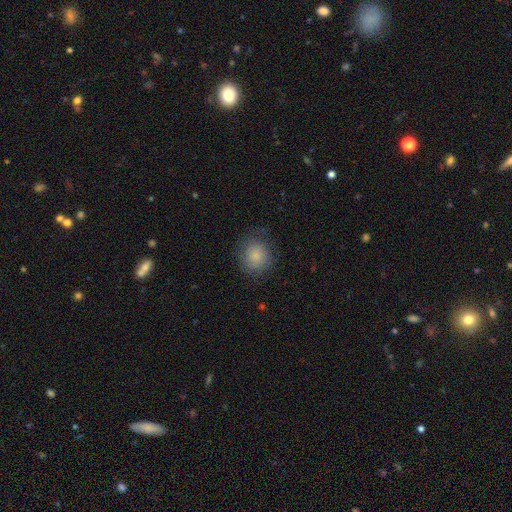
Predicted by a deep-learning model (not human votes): Smooth or featured: smooth — 83% (featured or disk — 9%)
How rounded: round — 84% (in between — 15%)
Merging: none — 76% (minor disturbance — 17%)